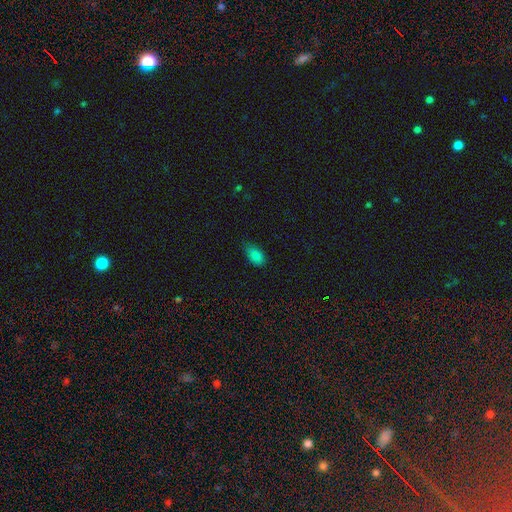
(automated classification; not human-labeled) This appears to be a smooth galaxy with no disk features (83%) that is in between round and cigar-shaped (91%). Merging: none (67%).